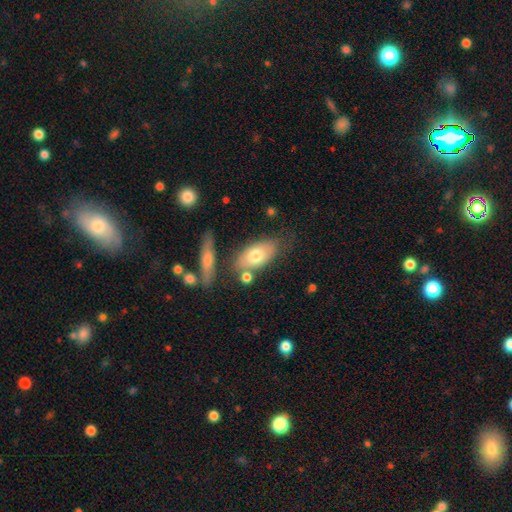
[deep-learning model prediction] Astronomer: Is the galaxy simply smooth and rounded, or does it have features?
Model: smooth — 69%.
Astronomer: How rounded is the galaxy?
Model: in between — 87%.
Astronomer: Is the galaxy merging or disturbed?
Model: none — 65%.